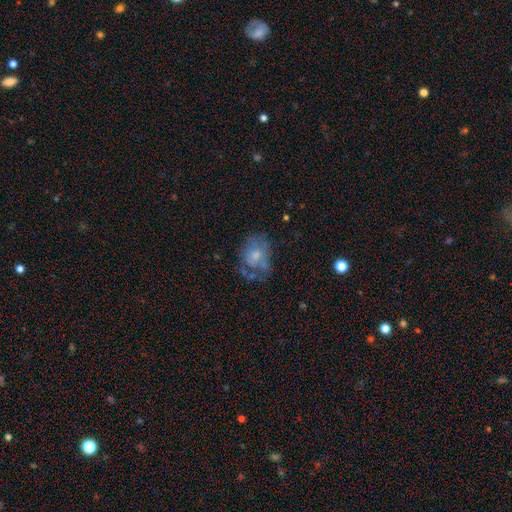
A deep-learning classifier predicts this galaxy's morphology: Q: Smooth or featured?
A: smooth (51%); runner-up: featured or disk (39%)
Q: How rounded?
A: in between (56%); runner-up: round (43%)
Q: Merging?
A: none (36%); runner-up: major disturbance (30%)